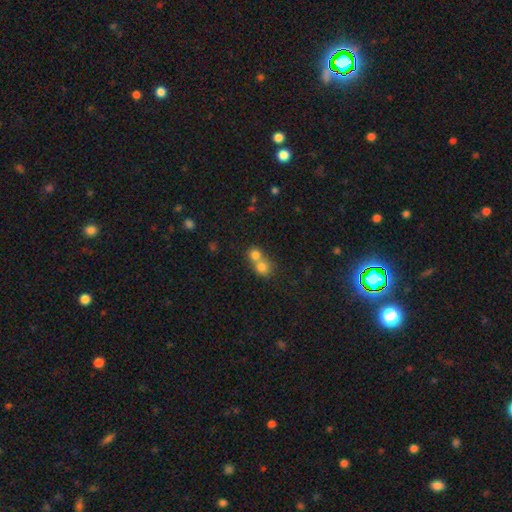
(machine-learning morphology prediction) type=smooth (76%); roundness=round (83%); merging=merger (61%).